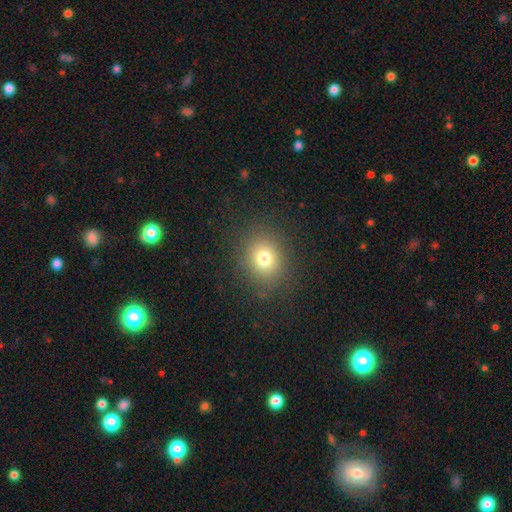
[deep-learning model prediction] Overall: smooth (70%). How rounded: round (72%). Merging: none (90%).